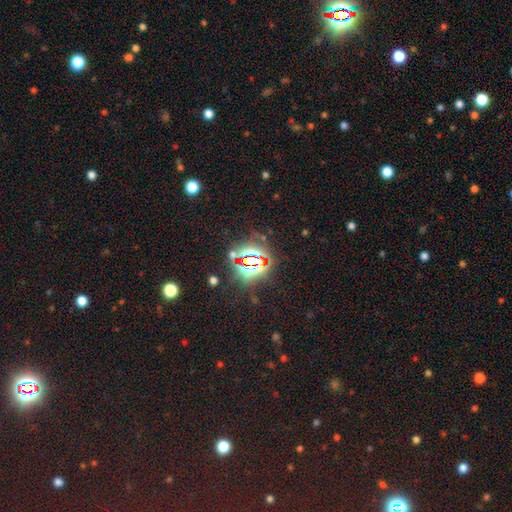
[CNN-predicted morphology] This is clearly a star or artifact rather than a galaxy (81%).